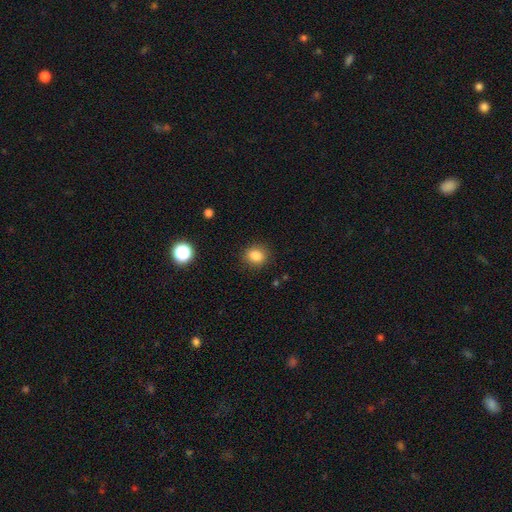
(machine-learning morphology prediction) The model was most divided on "how rounded": round: 72%, in between: 27%, cigar-shaped: 1%. More confident: merging — none (88%); smooth or featured — smooth (84%).